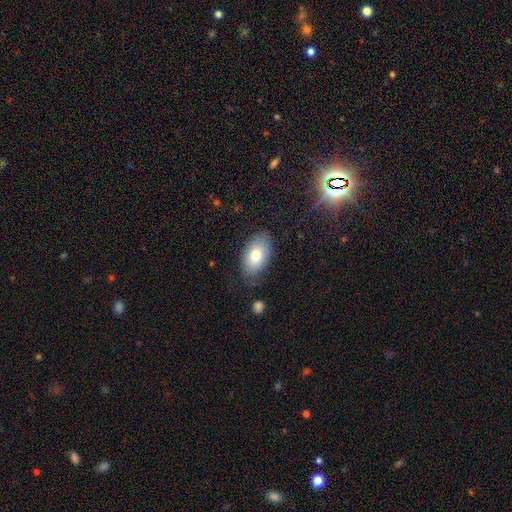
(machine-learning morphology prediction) smooth-or-featured: smooth: 79% | featured or disk: 14% | star or artifact: 7%
  how-rounded: in between: 94% | round: 4% | cigar-shaped: 2%
  merging: none: 79% | minor disturbance: 16% | major disturbance: 4% | merger: 1%